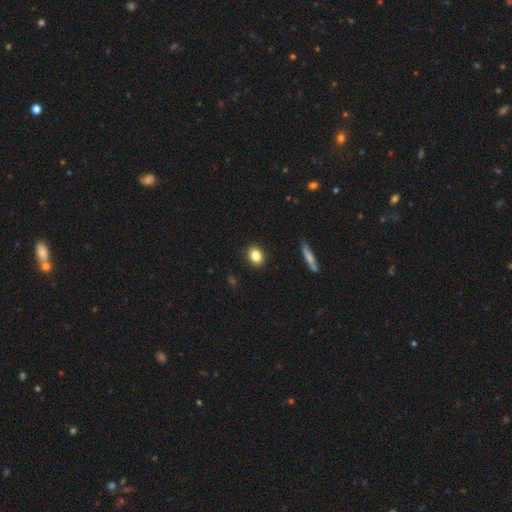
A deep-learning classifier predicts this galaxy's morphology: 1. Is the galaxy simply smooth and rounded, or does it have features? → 83% smooth, 9% star or artifact, 8% featured or disk.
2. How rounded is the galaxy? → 50% in between, 48% round, 2% cigar-shaped.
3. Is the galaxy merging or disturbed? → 90% none, 7% minor disturbance, 2% major disturbance, 1% merger.